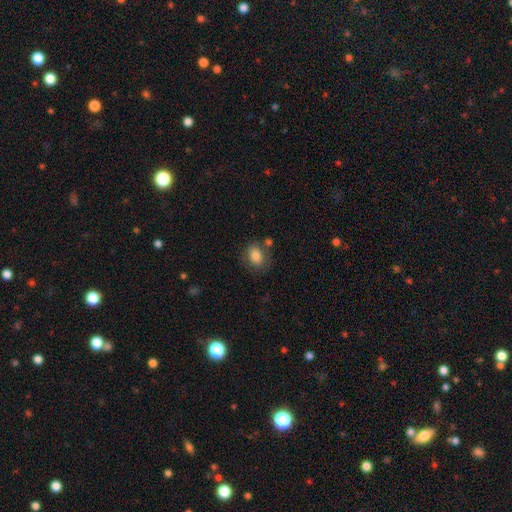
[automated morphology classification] smooth-or-featured: smooth: 80% | featured or disk: 11% | star or artifact: 8%
  how-rounded: in between: 70% | round: 29% | cigar-shaped: 1%
  merging: none: 69% | minor disturbance: 16% | merger: 9% | major disturbance: 6%